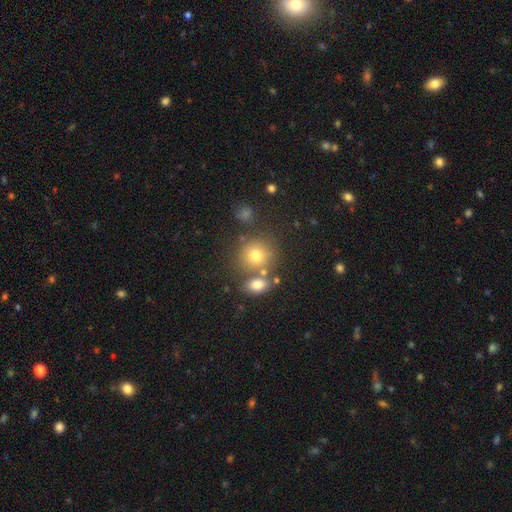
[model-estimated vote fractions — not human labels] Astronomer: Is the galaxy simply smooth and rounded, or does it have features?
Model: smooth — 72%.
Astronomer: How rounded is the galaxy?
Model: round — 82%.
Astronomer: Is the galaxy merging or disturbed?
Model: none — 62%.